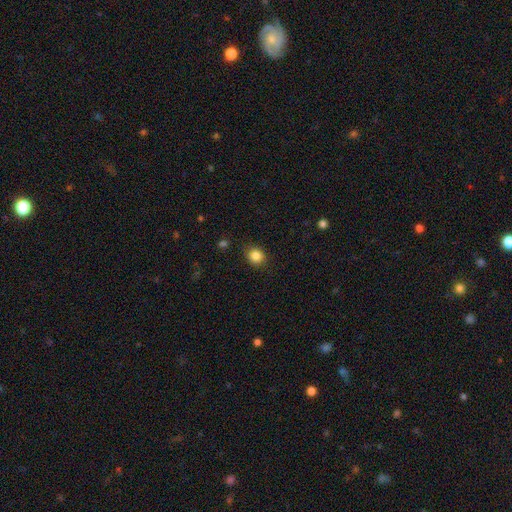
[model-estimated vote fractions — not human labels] A smooth galaxy with no disk features (84%) that is round (77%).

Vote fractions:
- Smooth or featured? smooth: 84% / star or artifact: 11% / featured or disk: 5%
- How rounded? round: 77% / in between: 22% / cigar-shaped: 1%
- Merging? none: 88% / minor disturbance: 8% / major disturbance: 2% / merger: 1%